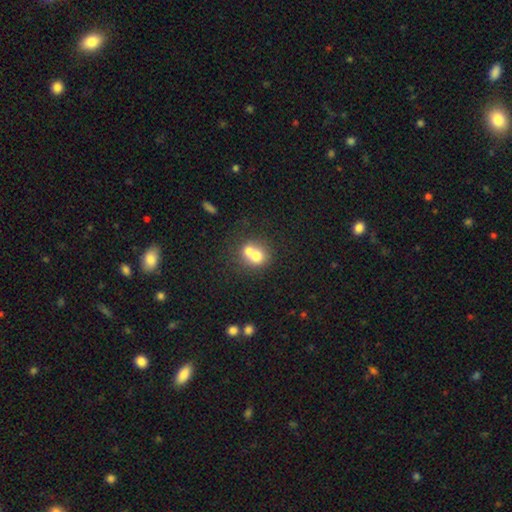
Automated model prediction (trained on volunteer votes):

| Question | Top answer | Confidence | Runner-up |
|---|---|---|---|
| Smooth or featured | smooth | 68% | featured or disk (21%) |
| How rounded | round | 77% | in between (22%) |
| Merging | merger | 61% | none (30%) |